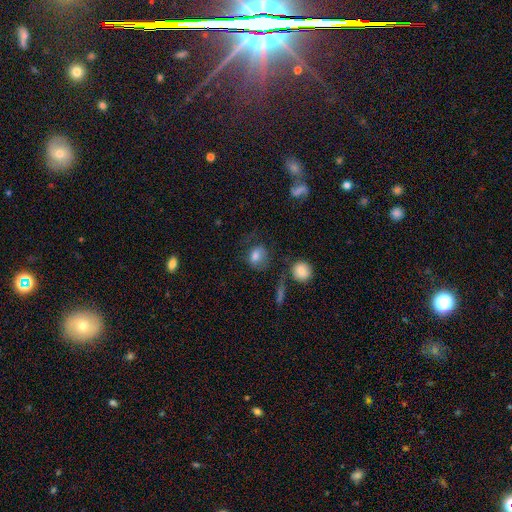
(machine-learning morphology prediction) Overall: smooth (75%). How rounded: round (50%; in between 48%). Merging: none (53%; minor disturbance 21%).